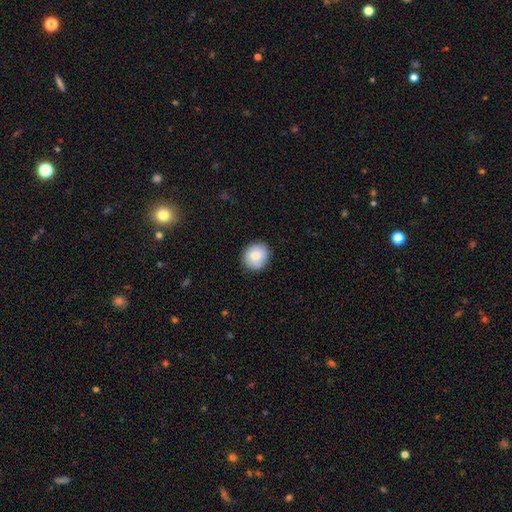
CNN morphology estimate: smooth_or_featured: smooth (p=0.79) [alt: featured or disk p=0.14]
how_rounded: round (p=0.84) [alt: in between p=0.15]
merging: none (p=0.84) [alt: minor disturbance p=0.12]